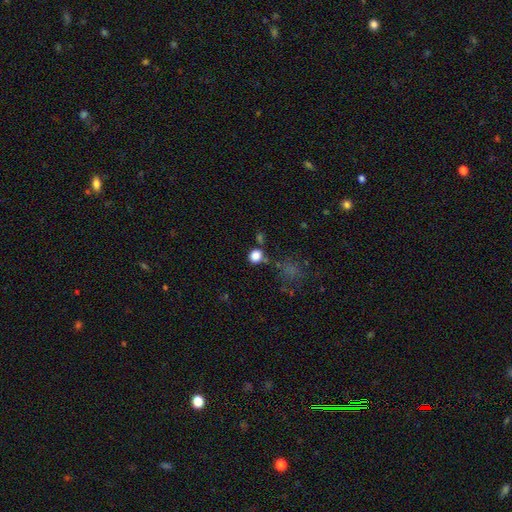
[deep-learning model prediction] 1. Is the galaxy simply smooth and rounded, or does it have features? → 82% smooth, 13% star or artifact, 4% featured or disk.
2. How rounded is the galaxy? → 79% round, 20% in between, 1% cigar-shaped.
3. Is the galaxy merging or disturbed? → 72% none, 13% minor disturbance, 10% merger, 6% major disturbance.